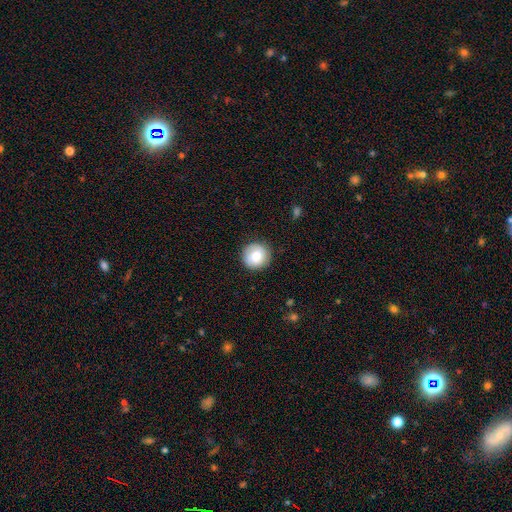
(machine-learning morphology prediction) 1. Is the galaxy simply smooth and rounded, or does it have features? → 77% smooth, 15% featured or disk, 8% star or artifact.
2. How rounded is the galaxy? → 93% round, 6% in between, 1% cigar-shaped.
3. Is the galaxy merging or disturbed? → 87% none, 10% minor disturbance, 3% major disturbance, 1% merger.